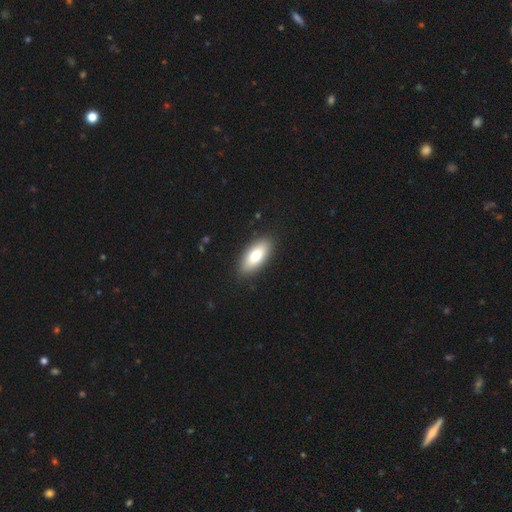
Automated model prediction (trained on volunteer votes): Overall: smooth (76%). How rounded: in between (86%). Merging: none (89%).